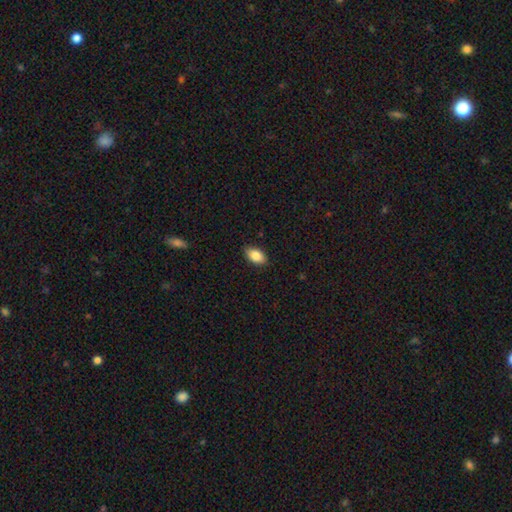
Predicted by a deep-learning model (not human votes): Q: Smooth or featured?
A: smooth (86%); runner-up: star or artifact (7%)
Q: How rounded?
A: in between (92%); runner-up: round (6%)
Q: Merging?
A: none (87%); runner-up: minor disturbance (10%)